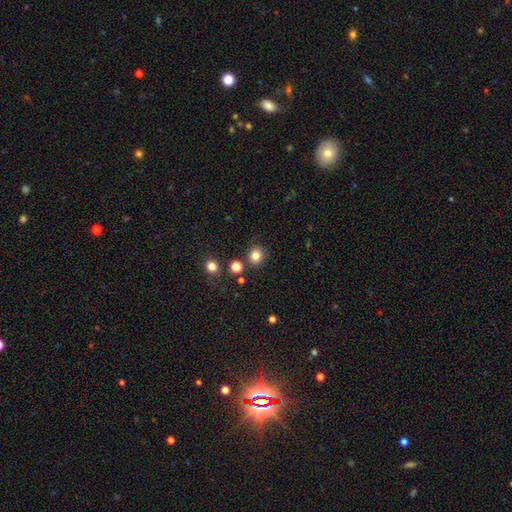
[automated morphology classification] This is clearly a smooth galaxy (82%). How rounded: clearly round (84%). Merging: clearly none (82%).